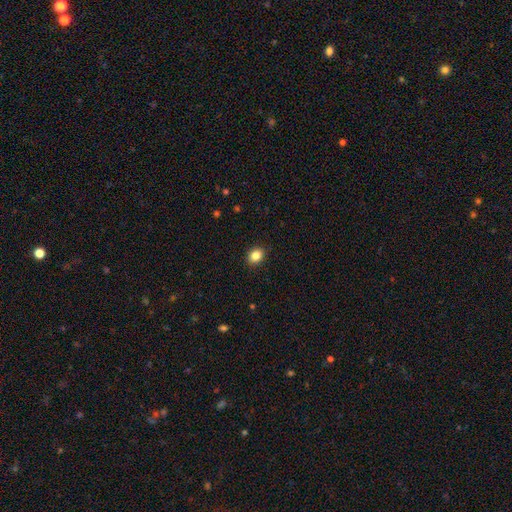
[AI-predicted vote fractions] This is clearly a smooth galaxy (85%). How rounded: possibly in between (55%). Merging: clearly none (91%).